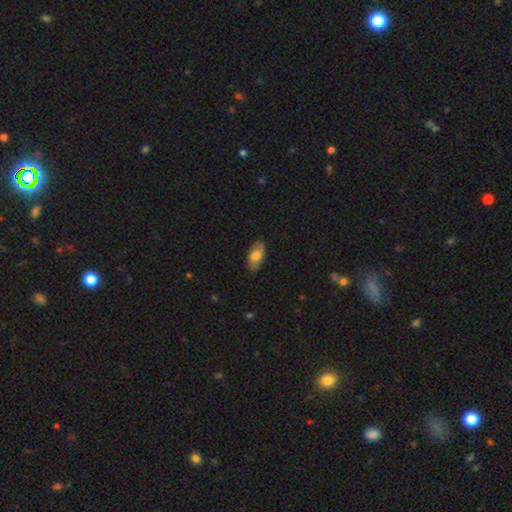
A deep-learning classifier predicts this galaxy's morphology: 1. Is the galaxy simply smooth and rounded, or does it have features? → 67% smooth, 27% featured or disk, 6% star or artifact.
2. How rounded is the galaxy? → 92% in between, 4% cigar-shaped, 4% round.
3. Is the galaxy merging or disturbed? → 80% none, 15% minor disturbance, 3% major disturbance, 1% merger.